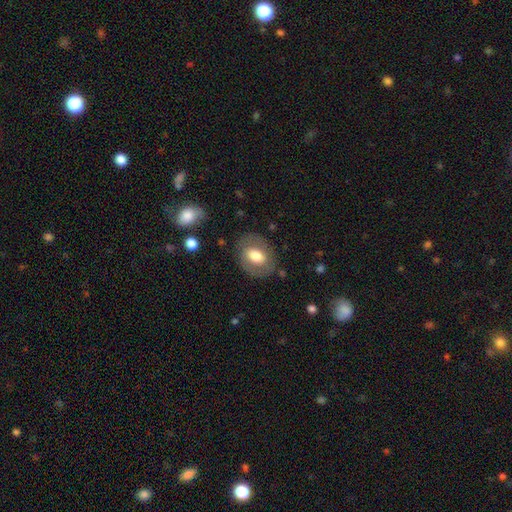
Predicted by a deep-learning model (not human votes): This appears to be a smooth galaxy with no disk features (61%) that is in between round and cigar-shaped (70%). Merging: none (78%).